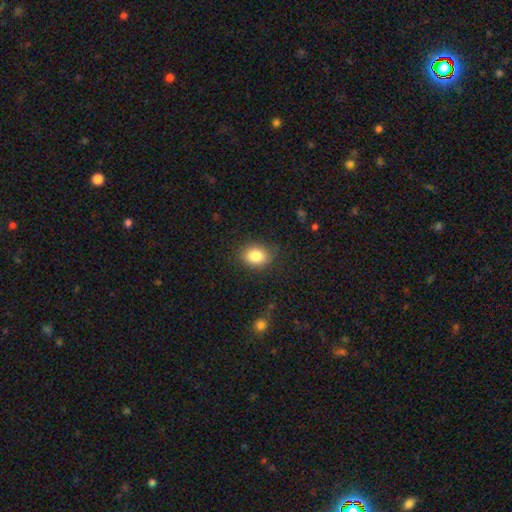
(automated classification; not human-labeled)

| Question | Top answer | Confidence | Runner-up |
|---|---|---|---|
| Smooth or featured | smooth | 85% | star or artifact (9%) |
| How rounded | in between | 59% | round (40%) |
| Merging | none | 83% | minor disturbance (12%) |